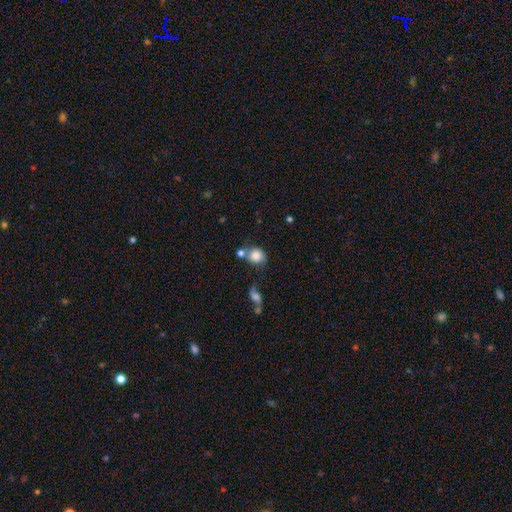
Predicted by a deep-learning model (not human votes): Smooth or featured? smooth (82%)
How rounded? round (70%)
Merging? none (50%)